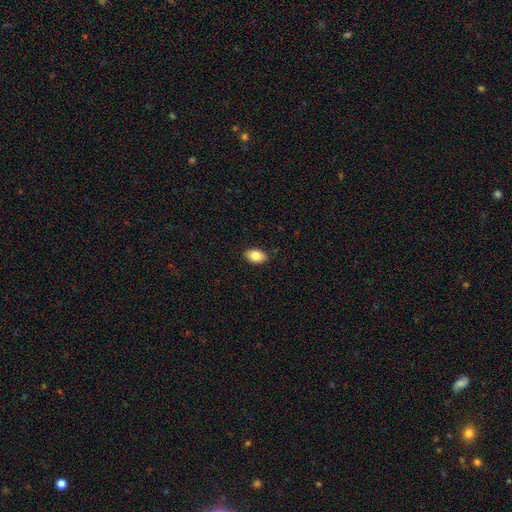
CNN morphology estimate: Smooth or featured?
  - smooth: 84% *
  - featured or disk: 9%
  - star or artifact: 7%
How rounded?
  - in between: 91% *
  - round: 8%
  - cigar-shaped: 1%
Merging?
  - none: 89% *
  - minor disturbance: 8%
  - major disturbance: 2%
  - merger: 1%